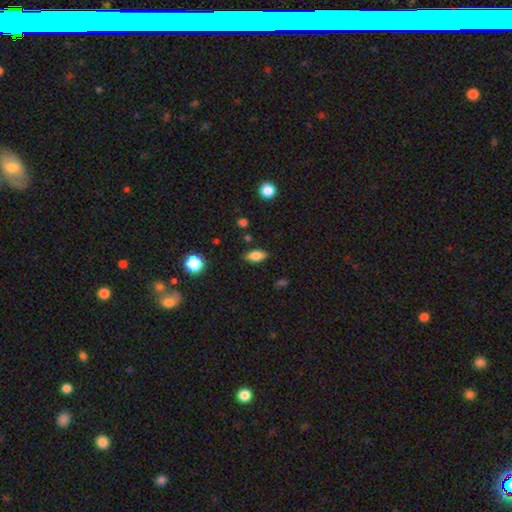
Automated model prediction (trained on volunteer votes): A smooth galaxy with no disk features (76%) that is in between round and cigar-shaped (85%).

Vote fractions:
- Smooth or featured? smooth: 76% / featured or disk: 15% / star or artifact: 9%
- How rounded? in between: 85% / cigar-shaped: 9% / round: 6%
- Merging? none: 84% / minor disturbance: 11% / major disturbance: 3% / merger: 2%